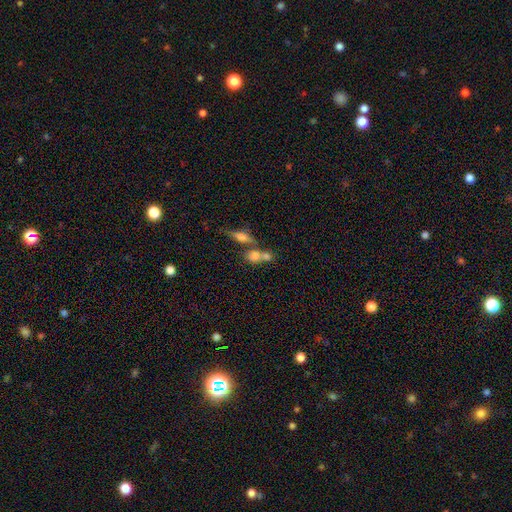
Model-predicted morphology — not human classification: This appears to be a smooth galaxy with no disk features (71%) that is in between round and cigar-shaped (48%). Merging: merger (56%).